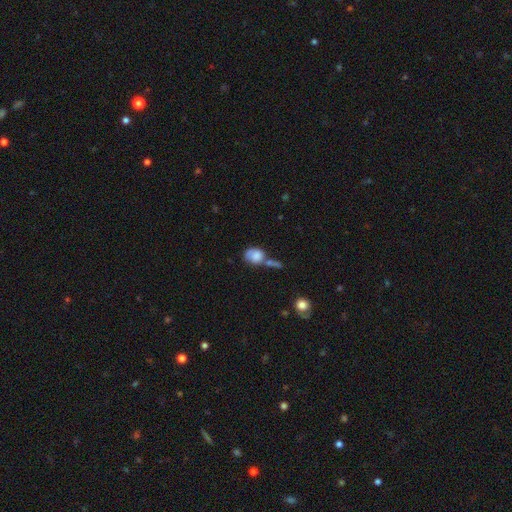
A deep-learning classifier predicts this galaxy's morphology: Q: Smooth or featured?
A: smooth (73%); runner-up: featured or disk (18%)
Q: How rounded?
A: in between (51%); runner-up: round (47%)
Q: Merging?
A: merger (36%); runner-up: none (27%)